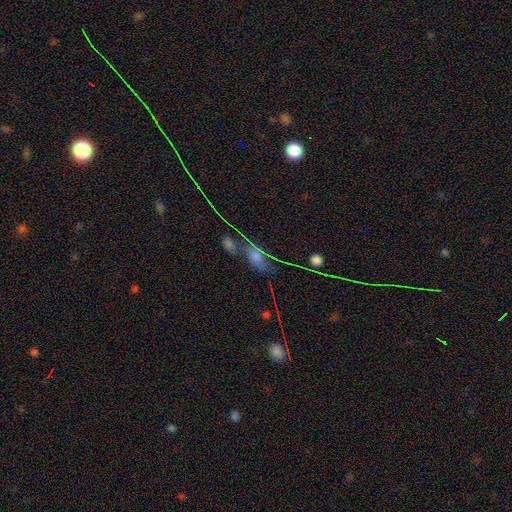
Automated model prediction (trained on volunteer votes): smooth 41%, featured or disk 35%, star or artifact 25%. Down the decision tree: merging — none (38%).